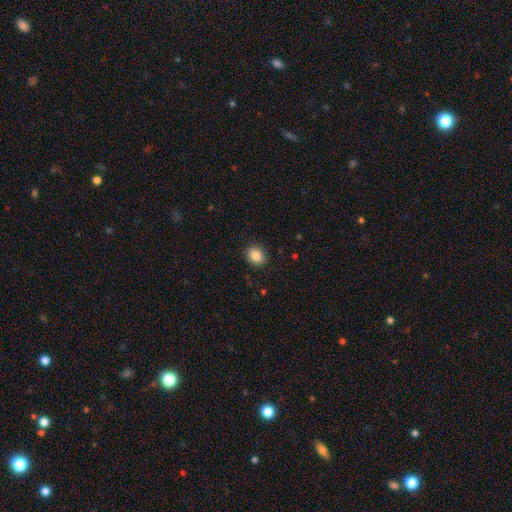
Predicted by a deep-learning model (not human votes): The model was most divided on "how rounded": in between: 54%, round: 45%, cigar-shaped: 1%. More confident: merging — none (89%); smooth or featured — smooth (86%).